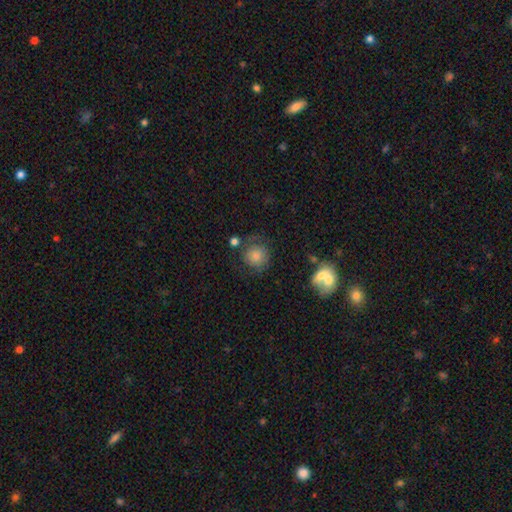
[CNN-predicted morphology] smooth 65%, featured or disk 23%, star or artifact 12%. Down the decision tree: how rounded — round (88%); merging — none (66%).